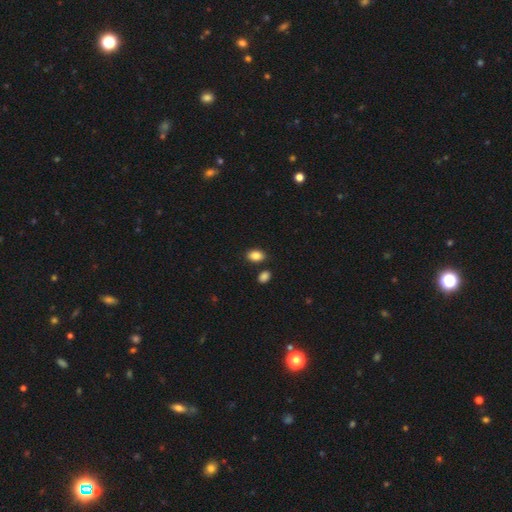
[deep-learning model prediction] smooth 87%, star or artifact 8%, featured or disk 5%. Down the decision tree: how rounded — in between (85%); merging — none (80%).